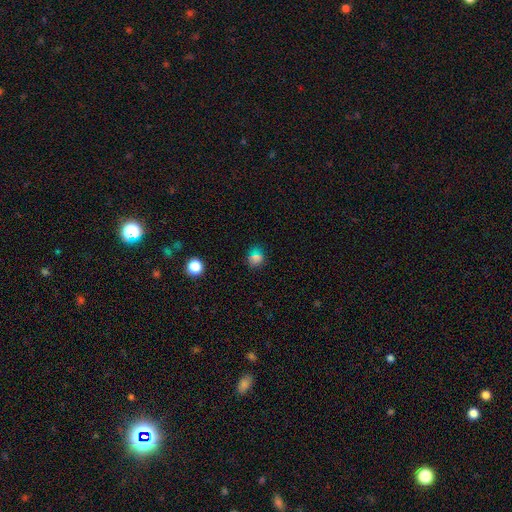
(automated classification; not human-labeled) Smooth or featured? smooth (70%)
How rounded? round (77%)
Merging? none (85%)